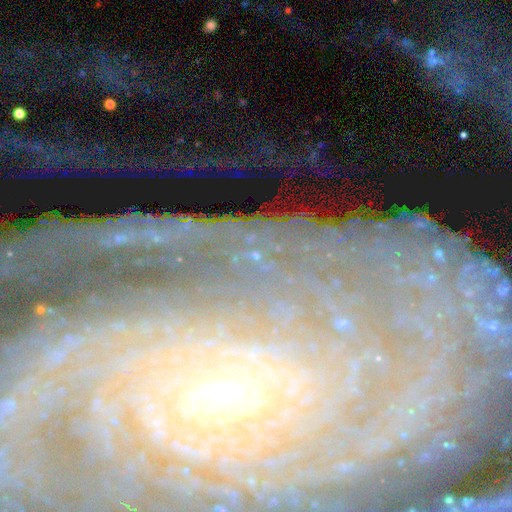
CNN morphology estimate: The model was most divided on "smooth or featured": star or artifact: 64%, featured or disk: 25%, smooth: 11%.